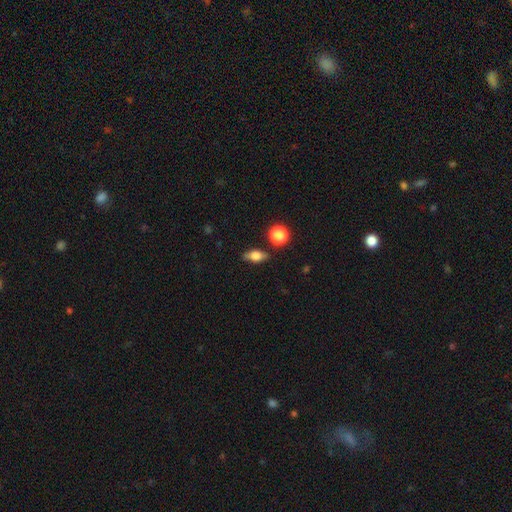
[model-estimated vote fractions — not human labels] This appears to be a smooth galaxy with no disk features (62%) that is in between round and cigar-shaped (71%). Merging: none (82%).